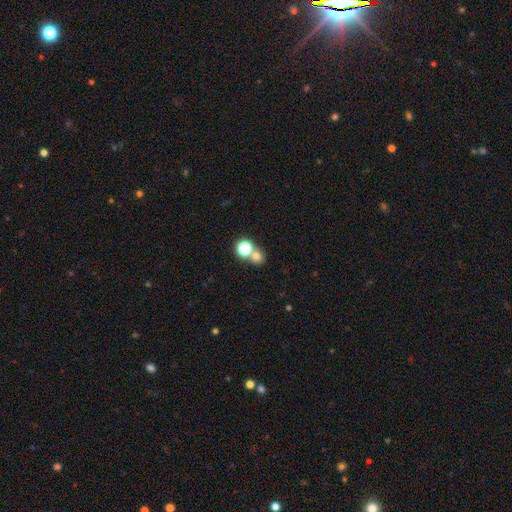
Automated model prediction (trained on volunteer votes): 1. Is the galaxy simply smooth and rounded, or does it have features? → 69% smooth, 21% star or artifact, 10% featured or disk.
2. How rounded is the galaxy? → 80% round, 19% in between, 1% cigar-shaped.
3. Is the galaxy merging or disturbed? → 53% none, 37% merger, 7% minor disturbance, 3% major disturbance.